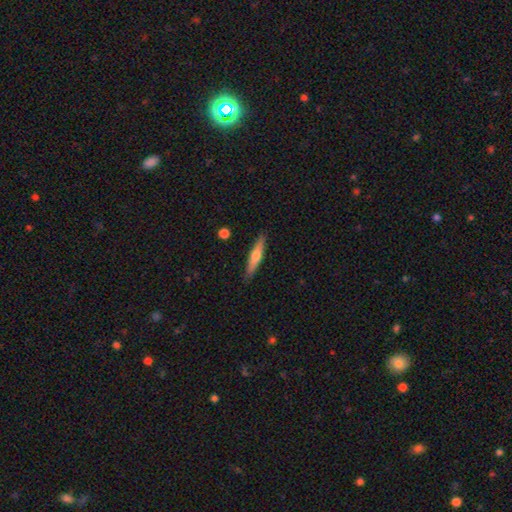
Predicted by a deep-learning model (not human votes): smooth-or-featured: smooth: 50% | featured or disk: 44% | star or artifact: 6%
  how-rounded: cigar-shaped: 86% | in between: 12% | round: 2%
  merging: none: 88% | minor disturbance: 8% | major disturbance: 2% | merger: 2%